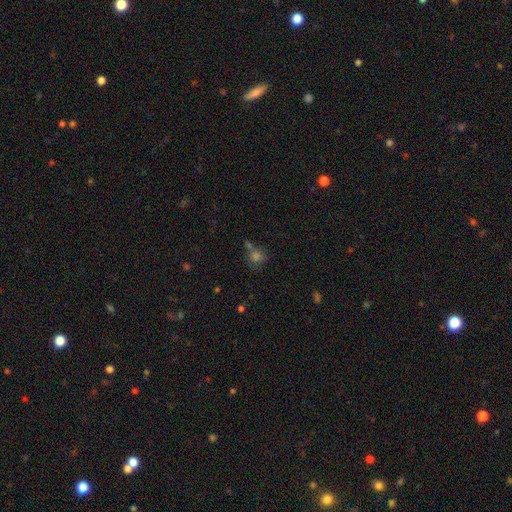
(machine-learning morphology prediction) Q: Smooth or featured?
A: smooth (55%); runner-up: star or artifact (34%)
Q: How rounded?
A: round (82%); runner-up: in between (17%)
Q: Merging?
A: none (62%); runner-up: merger (18%)